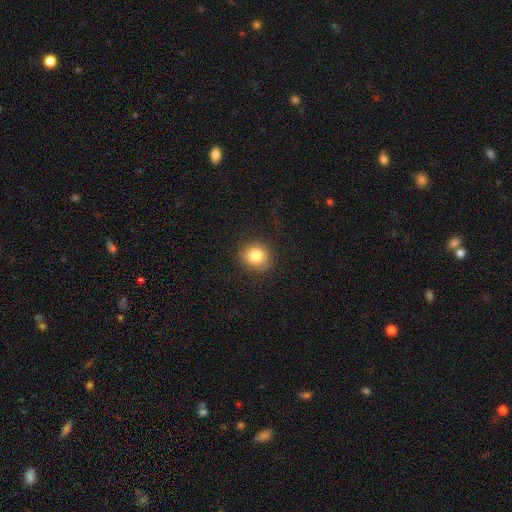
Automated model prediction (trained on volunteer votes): Smooth or featured: smooth — 83% (star or artifact — 10%)
How rounded: round — 81% (in between — 18%)
Merging: none — 87% (minor disturbance — 9%)